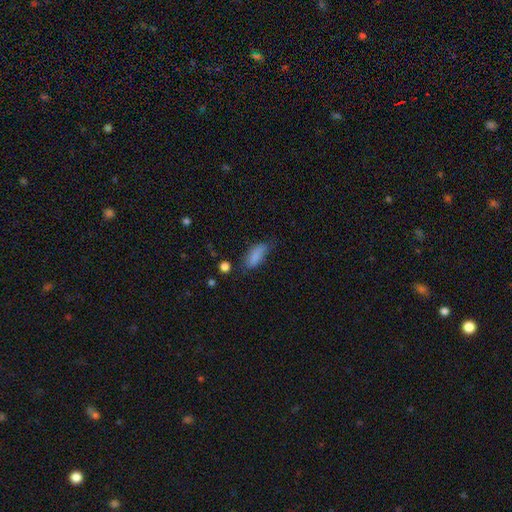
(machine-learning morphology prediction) Overall: smooth (84%). How rounded: in between (81%). Merging: none (54%; minor disturbance 32%).